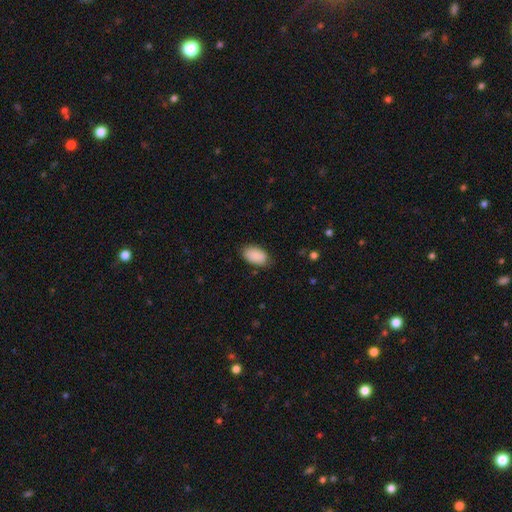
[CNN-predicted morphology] Overall: smooth (90%). How rounded: in between (93%). Merging: none (81%).